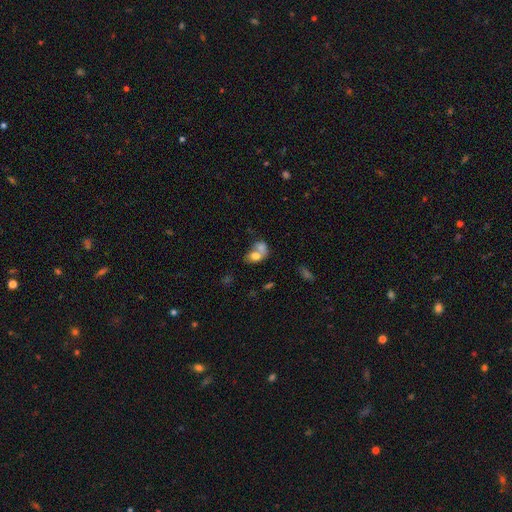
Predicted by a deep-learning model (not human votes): This appears to be a smooth galaxy with no disk features (69%) that is in between round and cigar-shaped (66%). Merging: merger (71%).